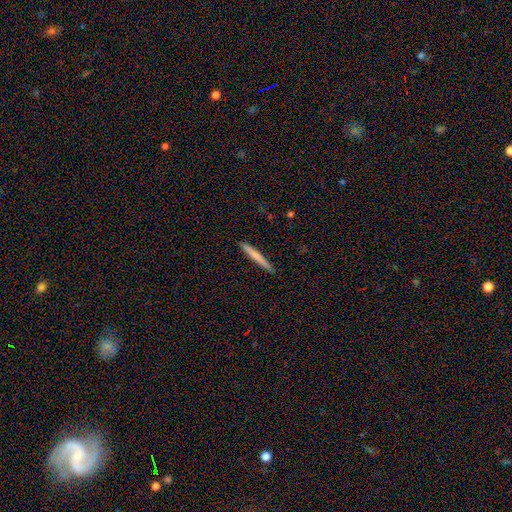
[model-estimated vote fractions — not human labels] This appears to be a smooth galaxy with no disk features (71%) that is cigar-shaped (96%). Merging: none (91%).